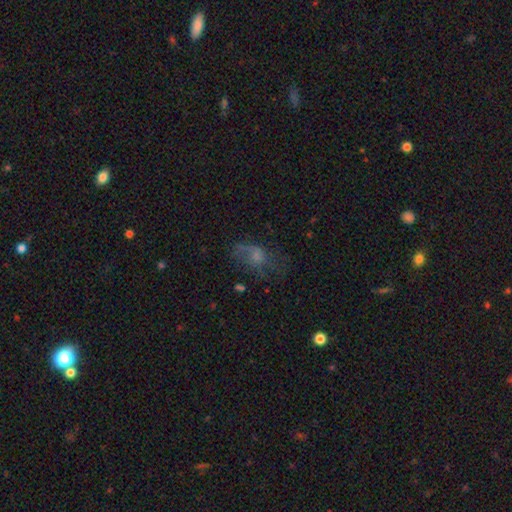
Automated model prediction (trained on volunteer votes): The model was most divided on "merging": none: 41%, major disturbance: 33%, minor disturbance: 23%, merger: 3%. Remaining: smooth or featured — smooth (46%).